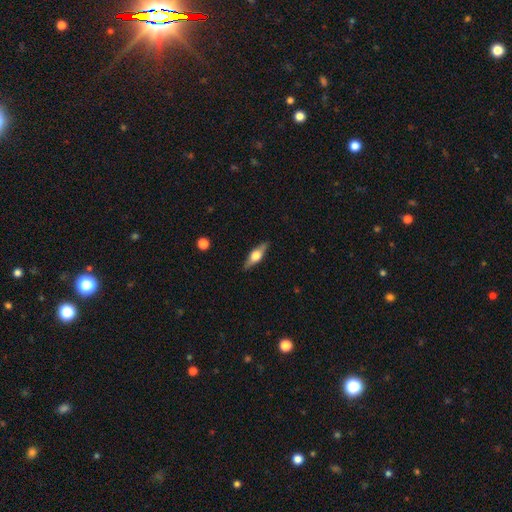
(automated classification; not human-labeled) Q: Smooth or featured?
A: featured or disk (59%); runner-up: smooth (35%)
Q: Edge-on disk?
A: yes (94%); runner-up: no (6%)
Q: Edge-on bulge?
A: rounded (92%); runner-up: boxy (6%)
Q: Merging?
A: none (87%); runner-up: minor disturbance (9%)